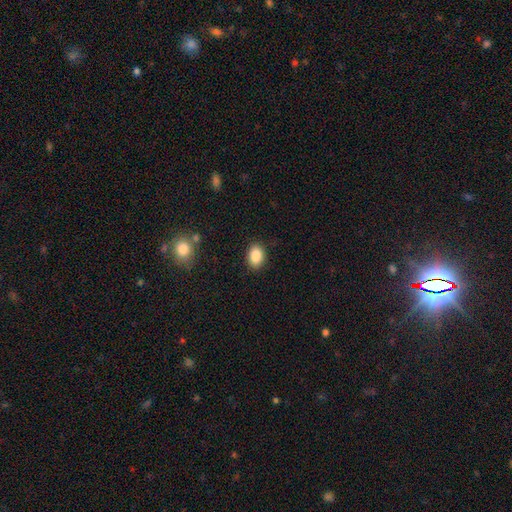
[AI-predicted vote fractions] smooth 86%, star or artifact 8%, featured or disk 5%. Down the decision tree: how rounded — in between (77%); merging — none (87%).